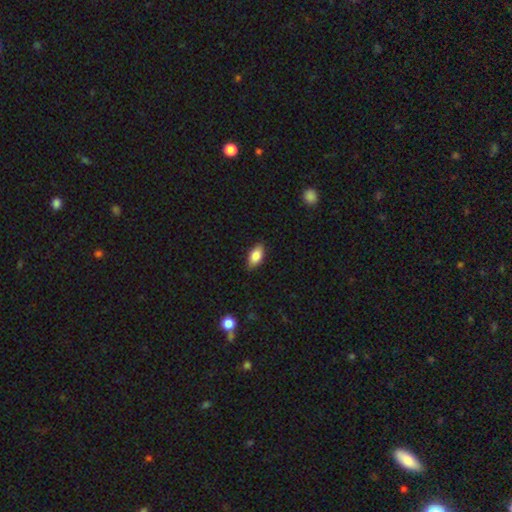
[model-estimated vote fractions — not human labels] smooth 83%, featured or disk 9%, star or artifact 7%. Down the decision tree: how rounded — in between (90%); merging — none (86%).